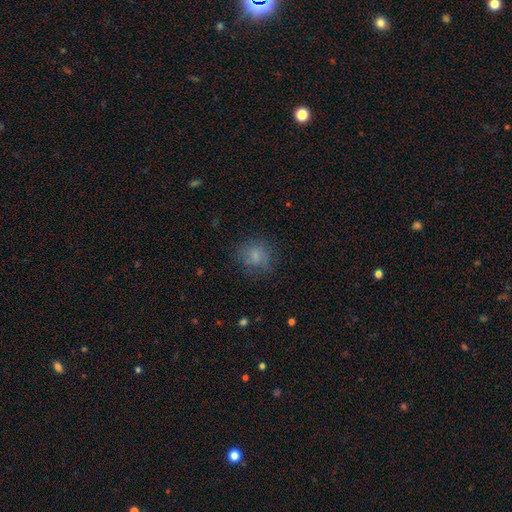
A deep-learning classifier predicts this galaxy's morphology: Overall: smooth (77%). How rounded: round (81%). Merging: none (74%).